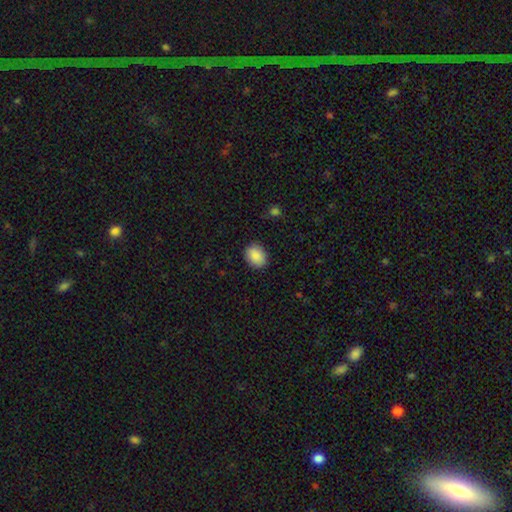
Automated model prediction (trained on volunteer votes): A smooth galaxy with no disk features (89%) that is in between round and cigar-shaped (57%). Merging: none (87%).